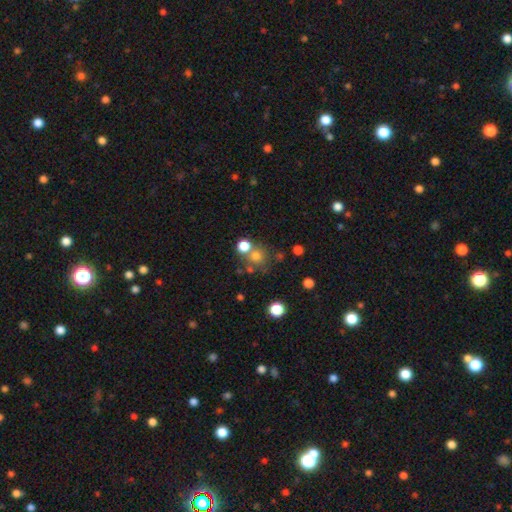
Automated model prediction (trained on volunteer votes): This appears to be a smooth galaxy with no disk features (70%) that is round (89%). Merging: none (62%).